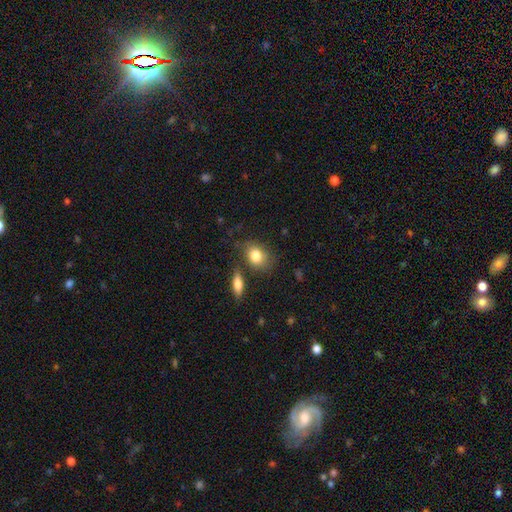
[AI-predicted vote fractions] smooth-or-featured: smooth: 82% | featured or disk: 10% | star or artifact: 8%
  how-rounded: in between: 58% | round: 40% | cigar-shaped: 2%
  merging: none: 69% | minor disturbance: 17% | merger: 8% | major disturbance: 5%